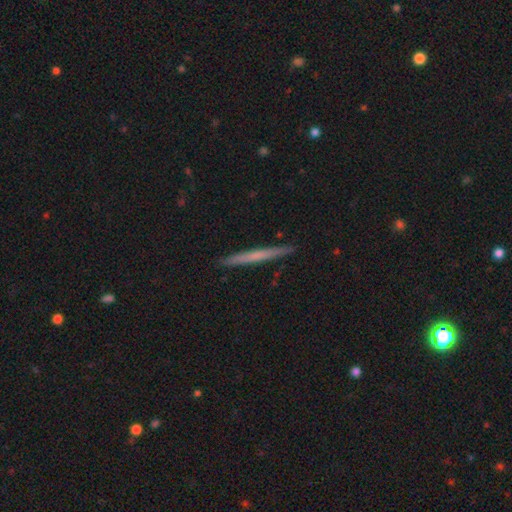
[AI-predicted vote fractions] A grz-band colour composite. It shows a smooth galaxy with no disk features (49%). Merging: none (92%).